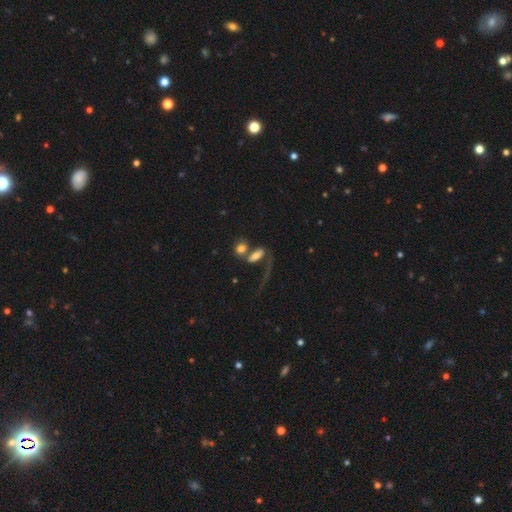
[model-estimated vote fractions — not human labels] A smooth galaxy with no disk features (64%) that is in between round and cigar-shaped (72%). Merging: merger (46%).